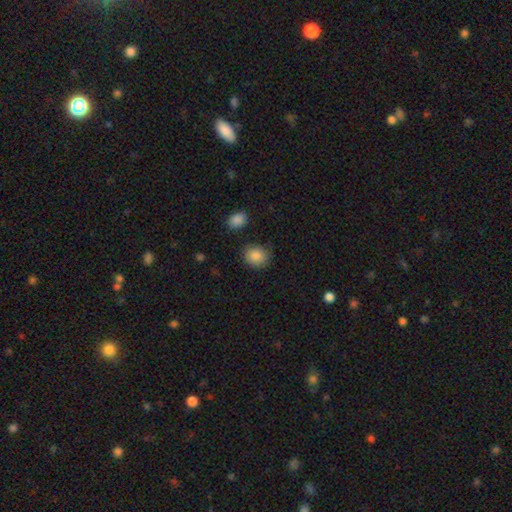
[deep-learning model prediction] Q: Smooth or featured?
A: smooth (88%); runner-up: star or artifact (8%)
Q: How rounded?
A: round (68%); runner-up: in between (31%)
Q: Merging?
A: none (82%); runner-up: minor disturbance (12%)